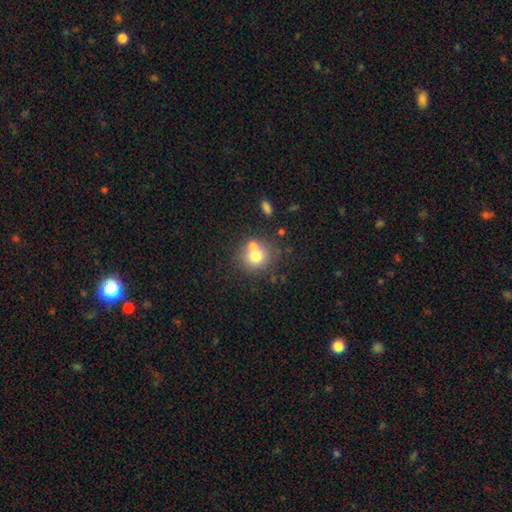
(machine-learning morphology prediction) smooth-or-featured: smooth: 71% | featured or disk: 17% | star or artifact: 12%
  how-rounded: round: 86% | in between: 13% | cigar-shaped: 1%
  merging: none: 56% | merger: 32% | minor disturbance: 9% | major disturbance: 4%